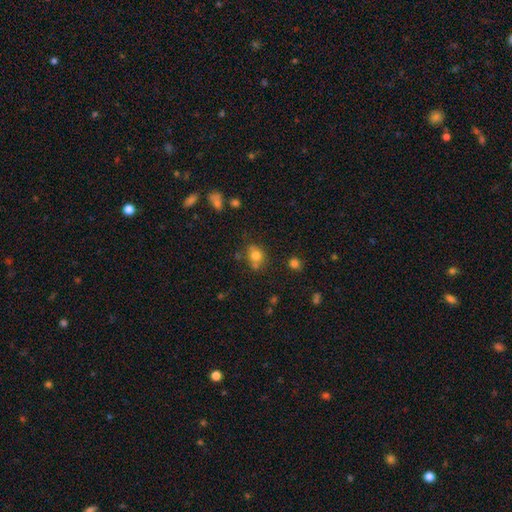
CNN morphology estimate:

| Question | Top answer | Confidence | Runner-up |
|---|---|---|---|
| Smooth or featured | smooth | 77% | star or artifact (13%) |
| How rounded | round | 60% | in between (39%) |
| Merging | none | 58% | minor disturbance (19%) |